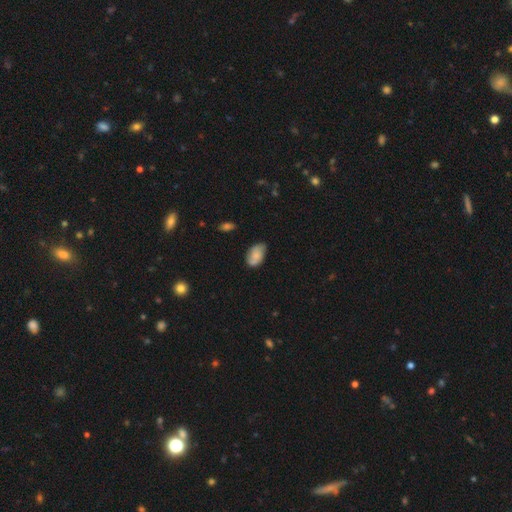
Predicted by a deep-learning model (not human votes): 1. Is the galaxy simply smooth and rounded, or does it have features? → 66% smooth, 26% featured or disk, 8% star or artifact.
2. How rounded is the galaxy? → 91% in between, 7% round, 2% cigar-shaped.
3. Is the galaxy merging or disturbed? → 66% none, 26% minor disturbance, 5% major disturbance, 3% merger.